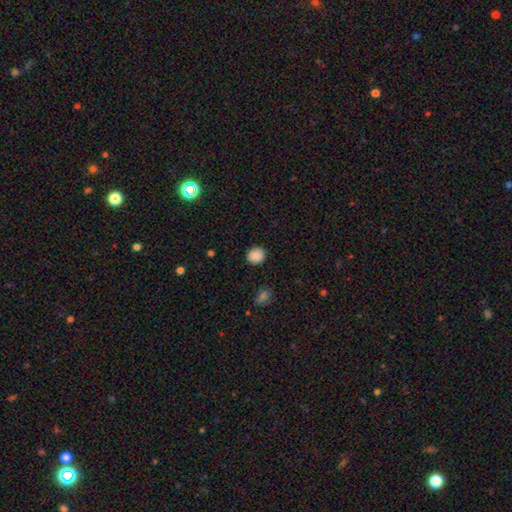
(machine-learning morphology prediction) This appears to be a smooth galaxy with no disk features (88%) that is round (80%). Merging: none (90%).